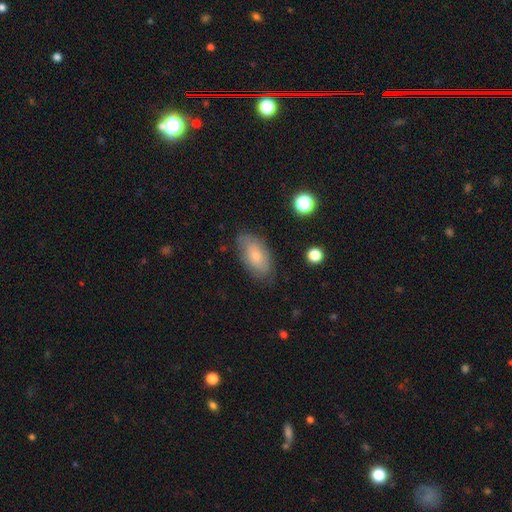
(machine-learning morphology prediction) type=smooth (66%); roundness=in between (92%); merging=none (74%).